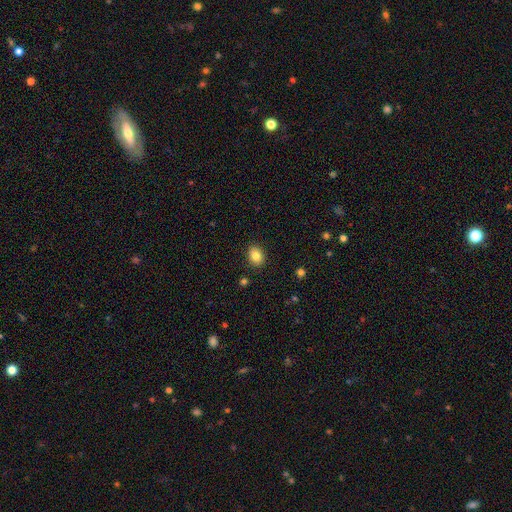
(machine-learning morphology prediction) smooth 84%, star or artifact 9%, featured or disk 7%. Down the decision tree: how rounded — in between (63%); merging — none (88%).